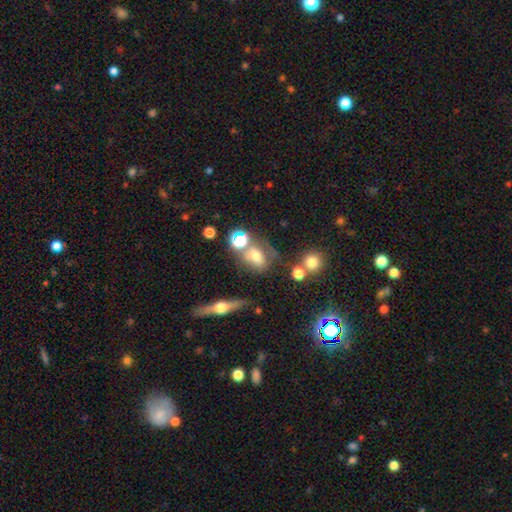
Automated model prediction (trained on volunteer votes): Morphology: type=smooth (56%); roundness=in between (61%); merging=none (42%).